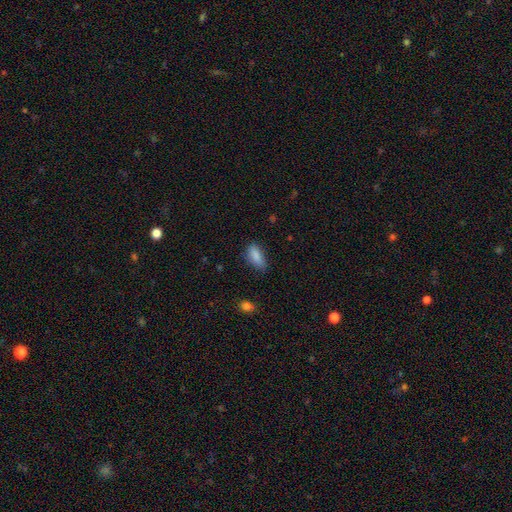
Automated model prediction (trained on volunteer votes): smooth_or_featured: smooth (p=0.86) [alt: star or artifact p=0.08]
how_rounded: in between (p=0.81) [alt: cigar-shaped p=0.16]
merging: none (p=0.66) [alt: minor disturbance p=0.27]